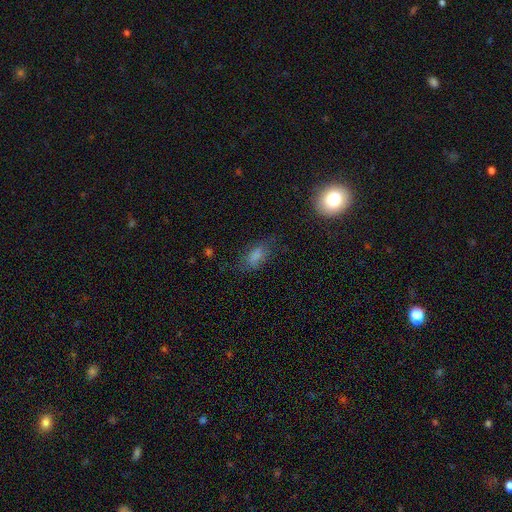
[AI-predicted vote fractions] The model was most divided on "merging": none: 61%, minor disturbance: 24%, major disturbance: 13%, merger: 2%. More confident: how rounded — in between (87%); smooth or featured — smooth (76%).